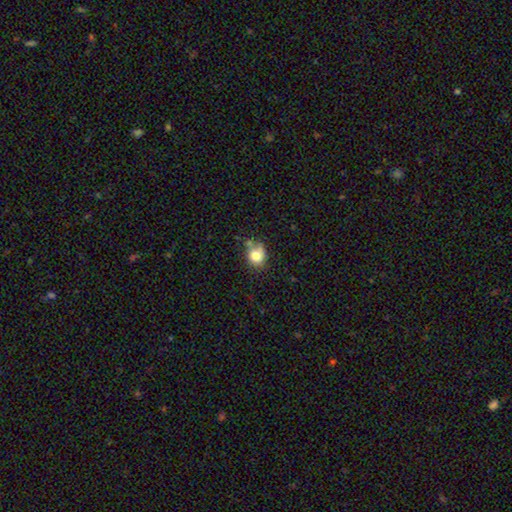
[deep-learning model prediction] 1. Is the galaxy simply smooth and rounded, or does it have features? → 79% smooth, 11% star or artifact, 10% featured or disk.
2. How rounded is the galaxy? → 71% round, 28% in between, 1% cigar-shaped.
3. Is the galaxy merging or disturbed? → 56% none, 24% minor disturbance, 12% merger, 7% major disturbance.